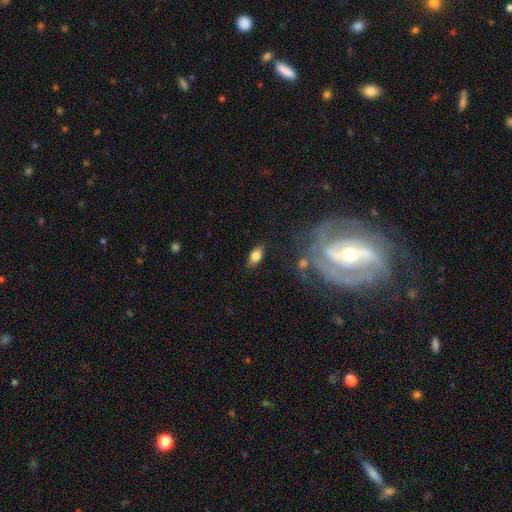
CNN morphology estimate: This appears to be a smooth galaxy with no disk features (81%) that is in between round and cigar-shaped (89%). Merging: none (82%).